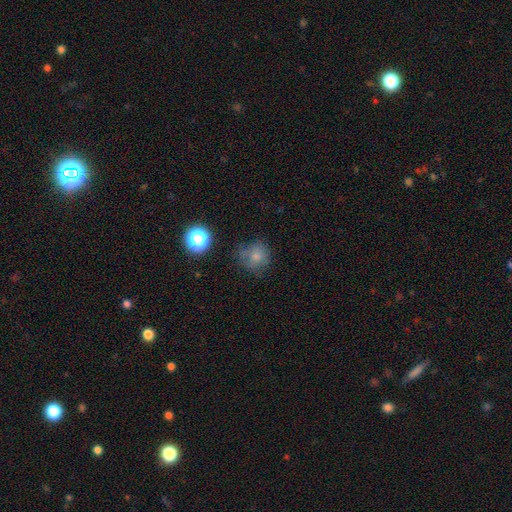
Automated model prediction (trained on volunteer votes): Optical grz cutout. It shows a smooth galaxy with no disk features (73%) that is round (84%). Merging: none (62%).